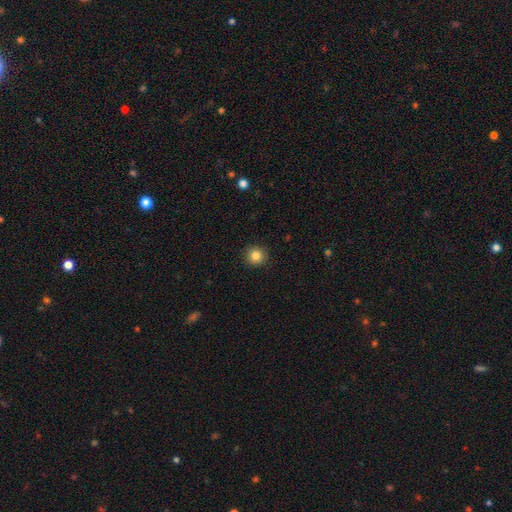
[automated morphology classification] This is clearly a smooth galaxy (84%). How rounded: clearly round (93%). Merging: clearly none (92%).